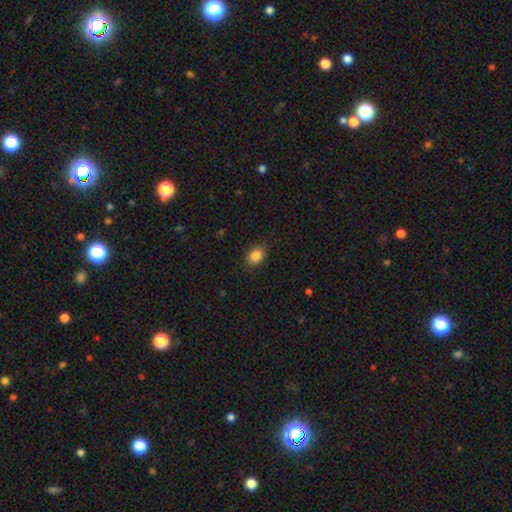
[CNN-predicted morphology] Smooth or featured? smooth (84%)
How rounded? in between (68%)
Merging? none (83%)